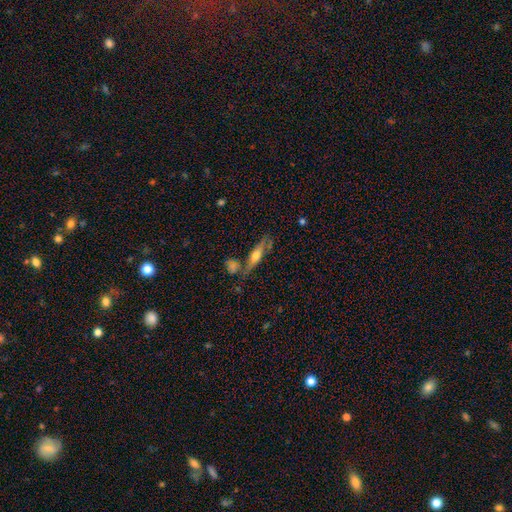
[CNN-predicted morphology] Smooth or featured? featured or disk (49%)
Merging? none (64%)